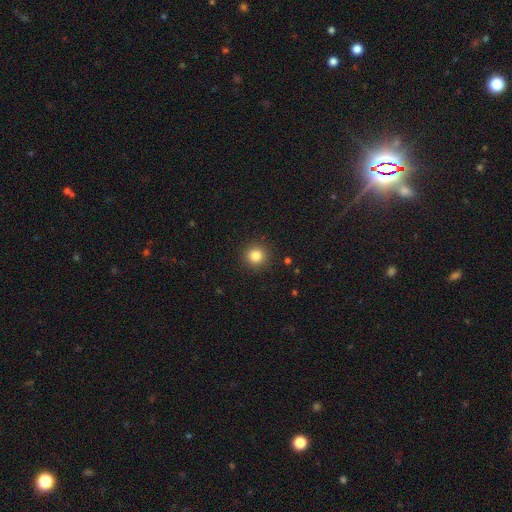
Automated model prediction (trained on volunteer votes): A smooth galaxy with no disk features (84%) that is round (94%). Merging: none (91%).